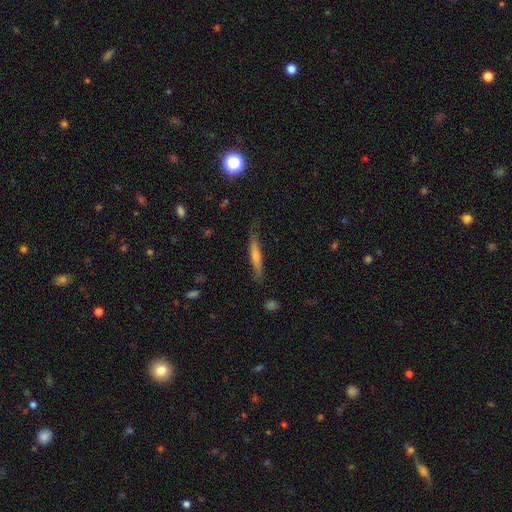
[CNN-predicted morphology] Overall: smooth (49%; featured or disk 43%). Merging: none (80%).